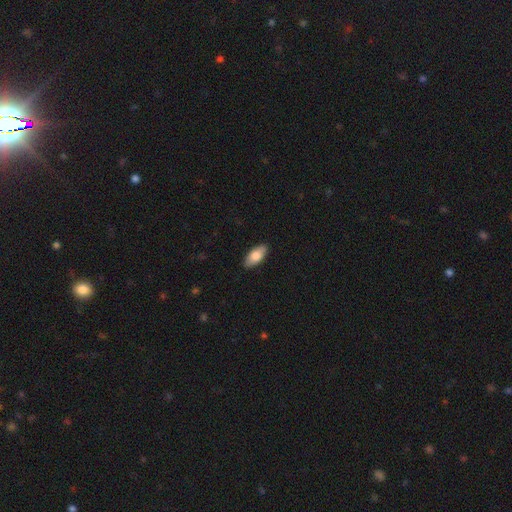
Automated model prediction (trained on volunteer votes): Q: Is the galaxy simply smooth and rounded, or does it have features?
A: smooth — 79%.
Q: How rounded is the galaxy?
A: in between — 89%.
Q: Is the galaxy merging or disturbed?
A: none — 89%.